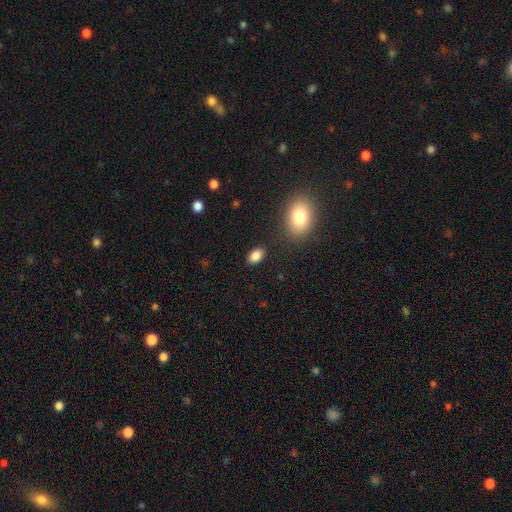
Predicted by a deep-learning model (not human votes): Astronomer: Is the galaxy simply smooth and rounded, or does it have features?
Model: smooth — 86%.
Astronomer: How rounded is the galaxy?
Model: in between — 86%.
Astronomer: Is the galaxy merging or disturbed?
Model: none — 85%.